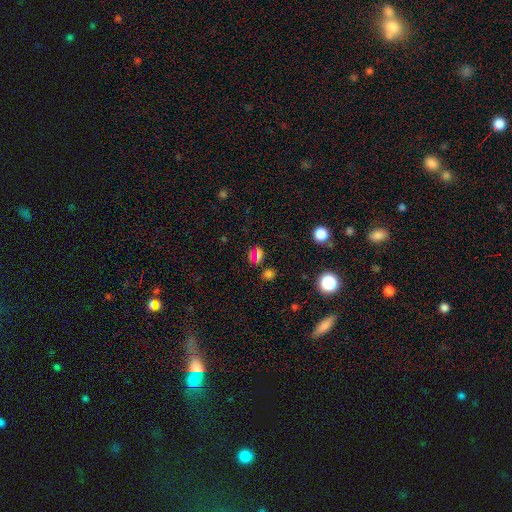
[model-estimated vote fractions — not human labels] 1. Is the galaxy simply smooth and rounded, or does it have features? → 54% smooth, 35% star or artifact, 10% featured or disk.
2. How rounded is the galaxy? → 58% round, 38% in between, 5% cigar-shaped.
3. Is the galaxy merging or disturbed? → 72% none, 14% minor disturbance, 8% merger, 7% major disturbance.